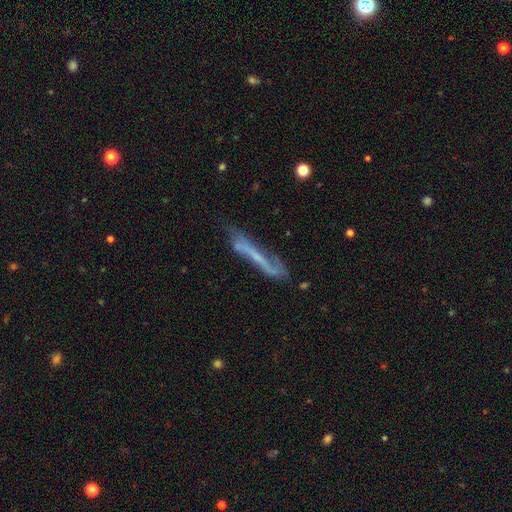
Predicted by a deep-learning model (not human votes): smooth-or-featured: featured or disk: 62% | smooth: 29% | star or artifact: 9%
  disk-edge-on: yes: 55% | no: 45%
  merging: none: 49% | minor disturbance: 28% | major disturbance: 17% | merger: 6%